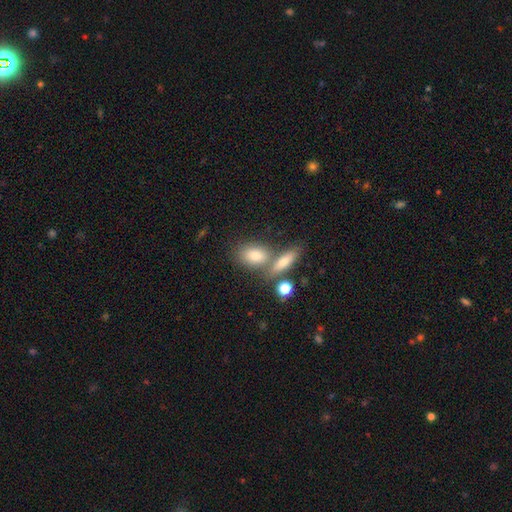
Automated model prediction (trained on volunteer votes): A smooth galaxy with no disk features (75%) that is in between round and cigar-shaped (76%). Merging: none (49%).